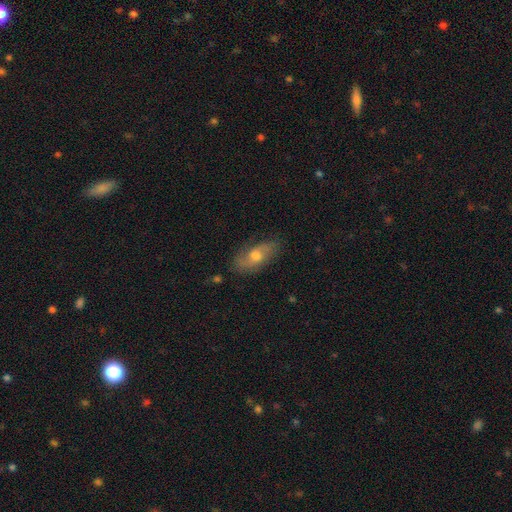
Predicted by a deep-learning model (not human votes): Smooth or featured? Predicted: smooth (p=0.48). Merging? Predicted: none (p=0.76).